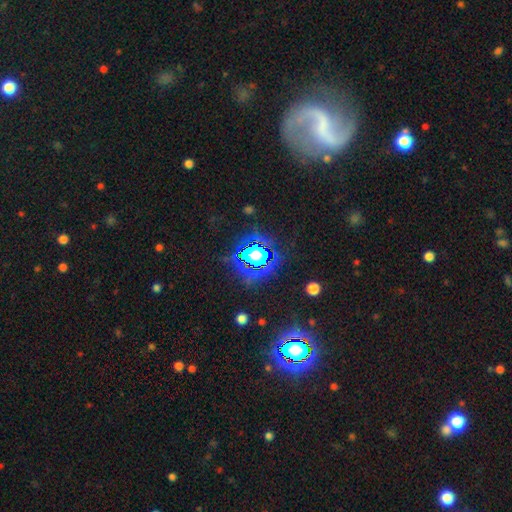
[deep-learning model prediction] Smooth or featured: featured or disk — 48% (star or artifact — 36%)
Merging: none — 72% (minor disturbance — 13%)